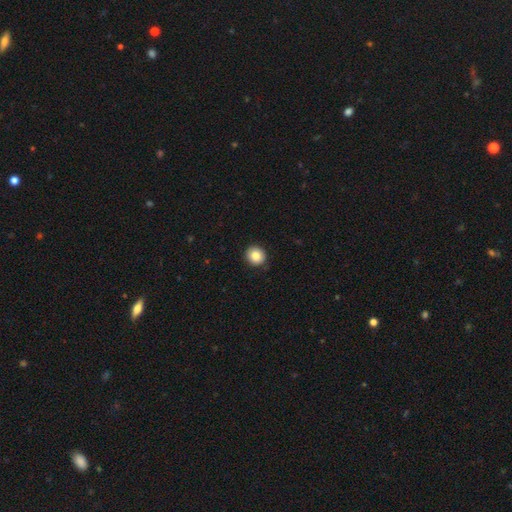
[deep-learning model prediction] smooth-or-featured: smooth: 84% | star or artifact: 9% | featured or disk: 7%
  how-rounded: round: 91% | in between: 8% | cigar-shaped: 1%
  merging: none: 91% | minor disturbance: 7% | major disturbance: 2% | merger: 1%